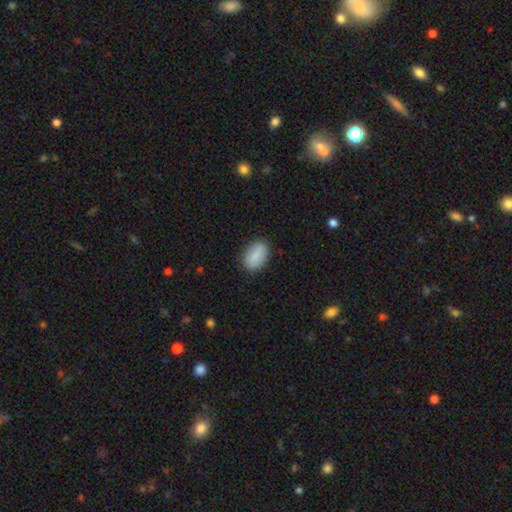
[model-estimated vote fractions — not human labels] Overall: smooth (85%). How rounded: in between (89%). Merging: none (85%).